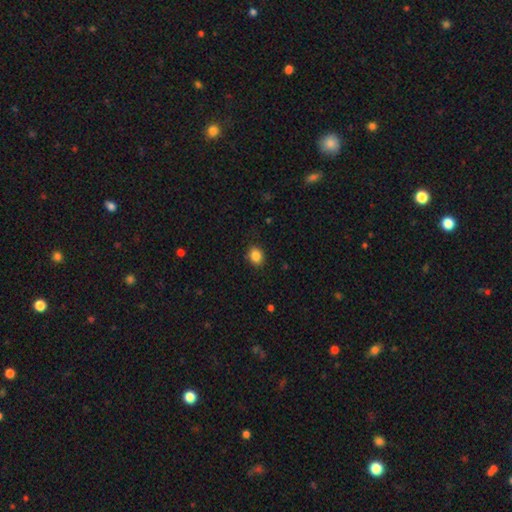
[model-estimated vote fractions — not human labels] Q: Smooth or featured?
A: smooth (86%); runner-up: star or artifact (9%)
Q: How rounded?
A: in between (51%); runner-up: round (48%)
Q: Merging?
A: none (87%); runner-up: minor disturbance (9%)